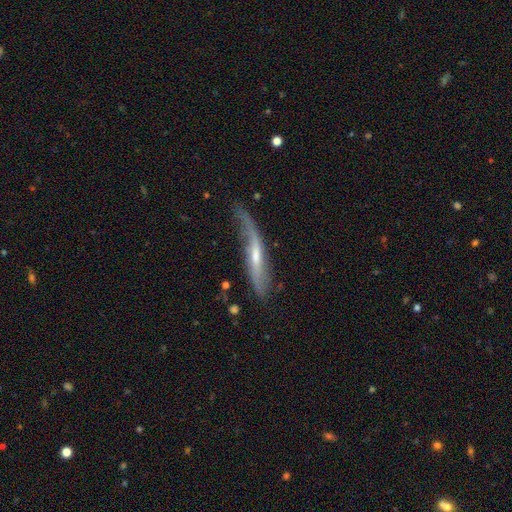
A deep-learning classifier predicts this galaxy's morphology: The model was most divided on "edge-on disk": yes: 56%, no: 44%. Remaining: smooth or featured — featured or disk (67%); merging — none (46%).